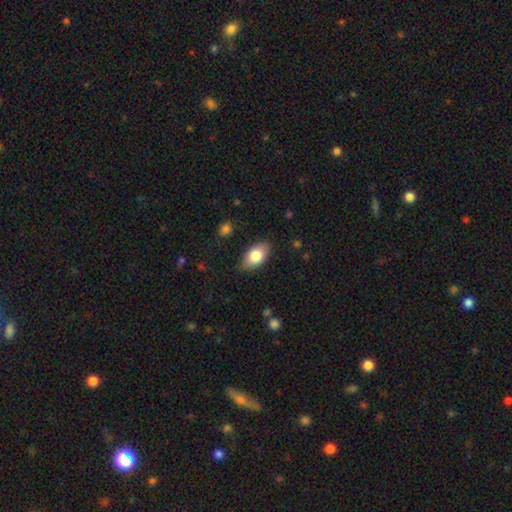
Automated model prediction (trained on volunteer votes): Smooth or featured?
  - smooth: 80% *
  - featured or disk: 13%
  - star or artifact: 7%
How rounded?
  - in between: 92% *
  - round: 5%
  - cigar-shaped: 3%
Merging?
  - none: 83% *
  - minor disturbance: 13%
  - major disturbance: 3%
  - merger: 1%